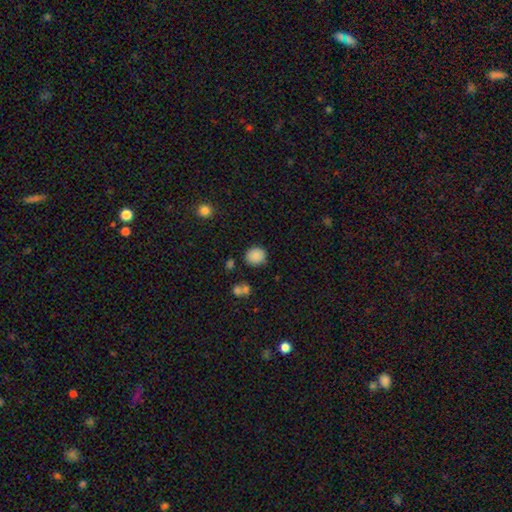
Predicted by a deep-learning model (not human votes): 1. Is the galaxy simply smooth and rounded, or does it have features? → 86% smooth, 10% star or artifact, 4% featured or disk.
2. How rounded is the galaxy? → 80% round, 19% in between, 1% cigar-shaped.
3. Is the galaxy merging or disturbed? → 77% none, 14% minor disturbance, 5% merger, 3% major disturbance.